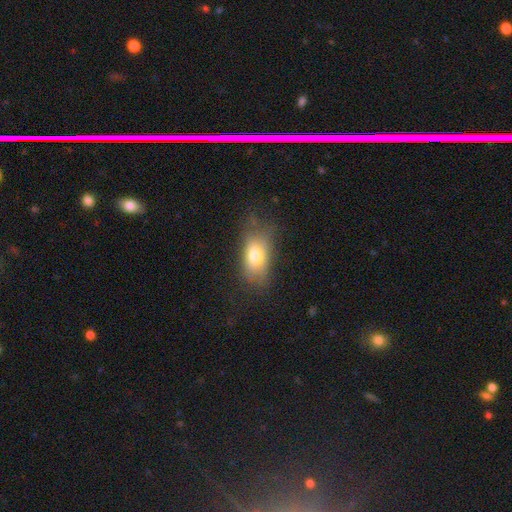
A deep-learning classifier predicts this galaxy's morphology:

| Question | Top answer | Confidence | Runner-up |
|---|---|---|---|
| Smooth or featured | smooth | 74% | featured or disk (16%) |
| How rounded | in between | 86% | round (10%) |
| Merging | none | 56% | minor disturbance (26%) |